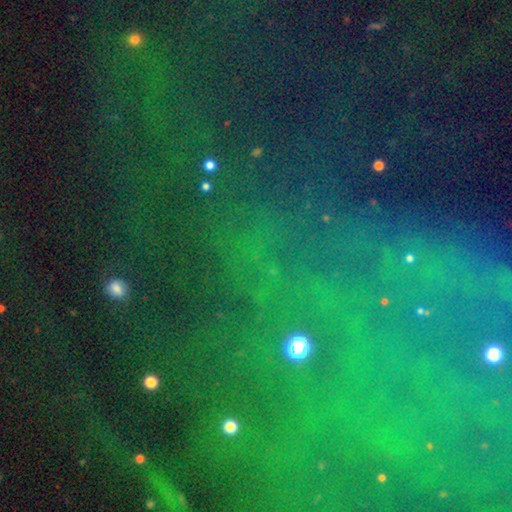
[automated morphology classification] type=star or artifact (75%).